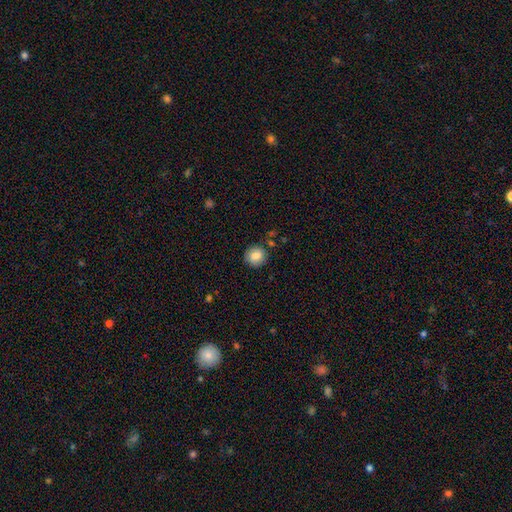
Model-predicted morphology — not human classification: Smooth or featured? smooth (84%)
How rounded? round (89%)
Merging? none (85%)